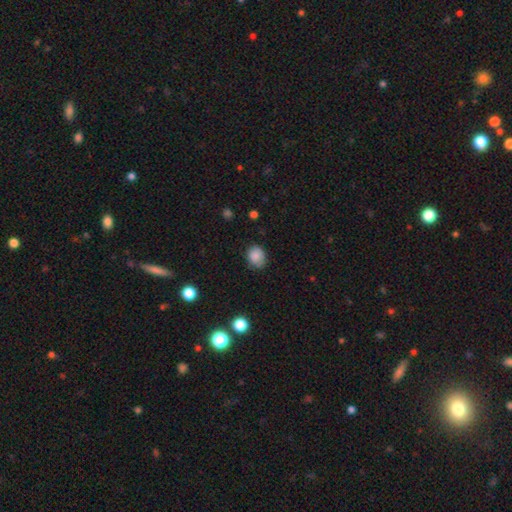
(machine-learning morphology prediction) smooth-or-featured: smooth: 85% | star or artifact: 10% | featured or disk: 5%
  how-rounded: round: 52% | in between: 47% | cigar-shaped: 1%
  merging: none: 75% | minor disturbance: 20% | major disturbance: 4% | merger: 1%